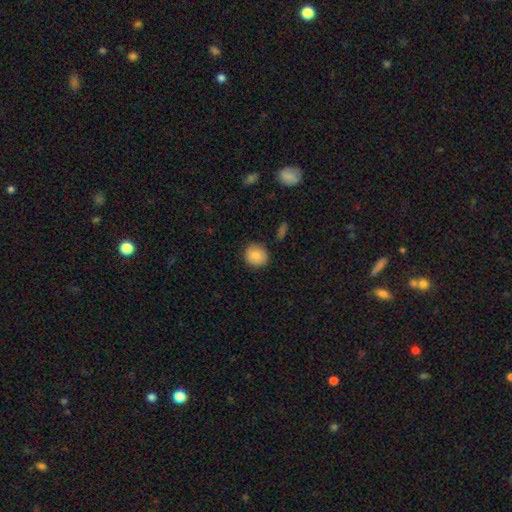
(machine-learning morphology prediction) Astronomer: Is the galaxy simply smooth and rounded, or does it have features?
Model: smooth — 87%.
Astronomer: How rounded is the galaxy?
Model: round — 89%.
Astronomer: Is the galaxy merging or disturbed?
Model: none — 85%.